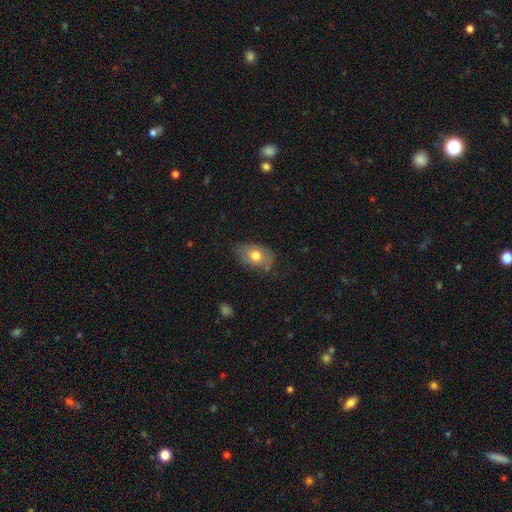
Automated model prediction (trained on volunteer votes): This appears to be a smooth galaxy with no disk features (69%) that is in between round and cigar-shaped (85%). Merging: none (63%).